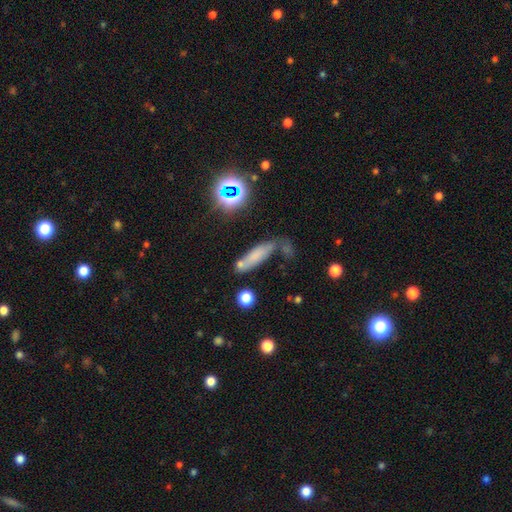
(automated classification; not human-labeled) smooth 69%, featured or disk 17%, star or artifact 15%. Down the decision tree: how rounded — cigar-shaped (62%); merging — none (56%).